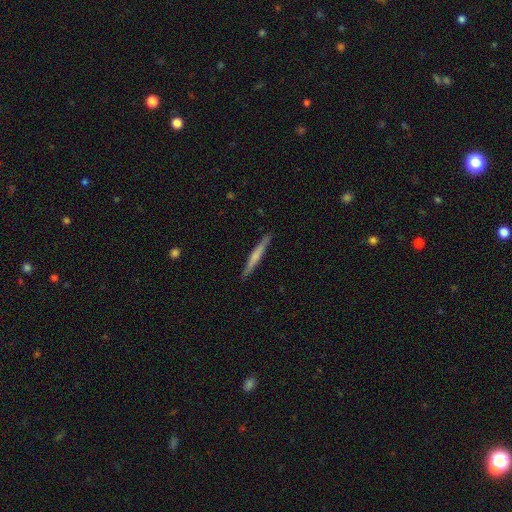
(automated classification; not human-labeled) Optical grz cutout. It shows a smooth galaxy with no disk features (51%) that is cigar-shaped (96%). Merging: none (90%).